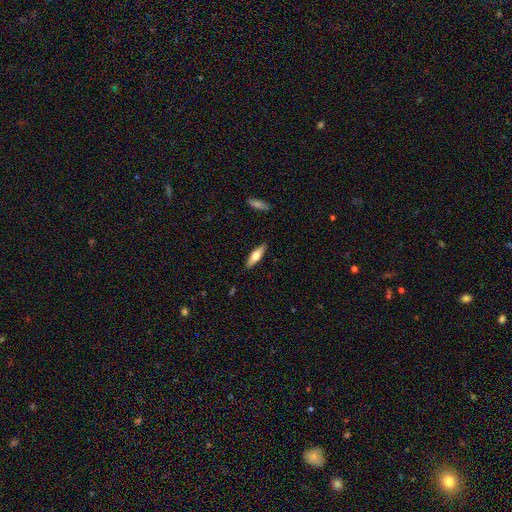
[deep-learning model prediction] This is possibly a smooth galaxy (47%, tied with featured or disk). Merging: clearly none (88%).